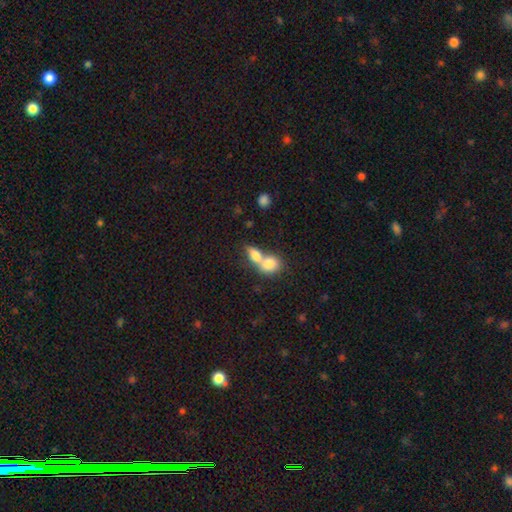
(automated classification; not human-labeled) This is likely a smooth galaxy (78%). How rounded: likely in between (62%). Merging: likely merger (73%).